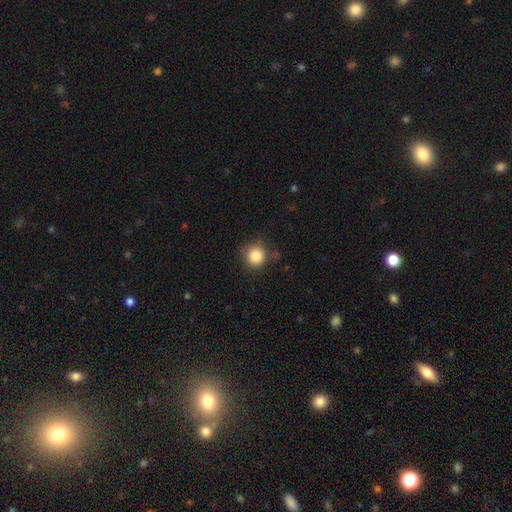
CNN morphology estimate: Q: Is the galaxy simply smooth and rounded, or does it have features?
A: smooth — 85%.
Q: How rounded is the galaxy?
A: round — 92%.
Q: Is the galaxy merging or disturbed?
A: none — 76%.